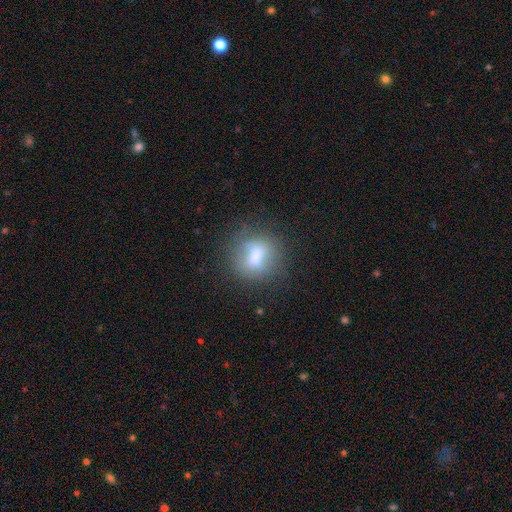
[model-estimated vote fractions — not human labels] Overall: smooth (64%; featured or disk 25%). How rounded: round (65%; in between 31%). Merging: none (68%).